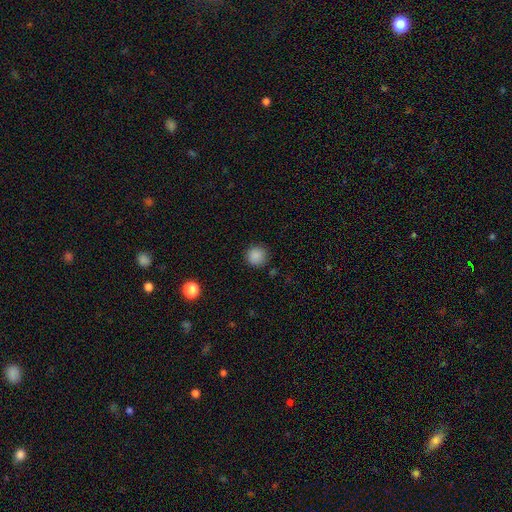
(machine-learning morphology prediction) smooth-or-featured: smooth: 87% | star or artifact: 10% | featured or disk: 3%
  how-rounded: round: 94% | in between: 5% | cigar-shaped: 1%
  merging: none: 88% | minor disturbance: 8% | major disturbance: 2% | merger: 1%